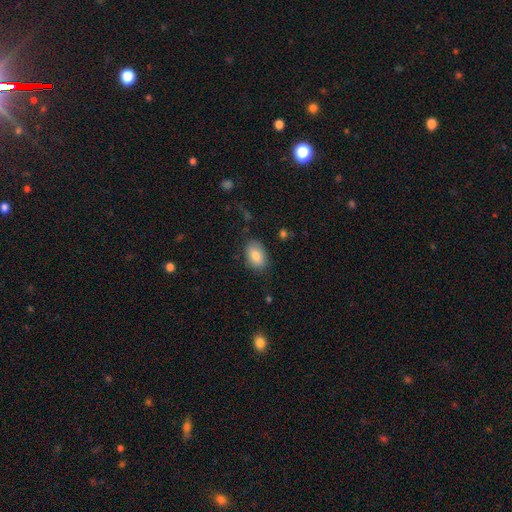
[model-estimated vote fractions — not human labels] A smooth galaxy with no disk features (82%) that is in between round and cigar-shaped (87%).

Vote fractions:
- Smooth or featured? smooth: 82% / featured or disk: 10% / star or artifact: 7%
- How rounded? in between: 87% / round: 12% / cigar-shaped: 1%
- Merging? none: 81% / minor disturbance: 14% / major disturbance: 3% / merger: 1%